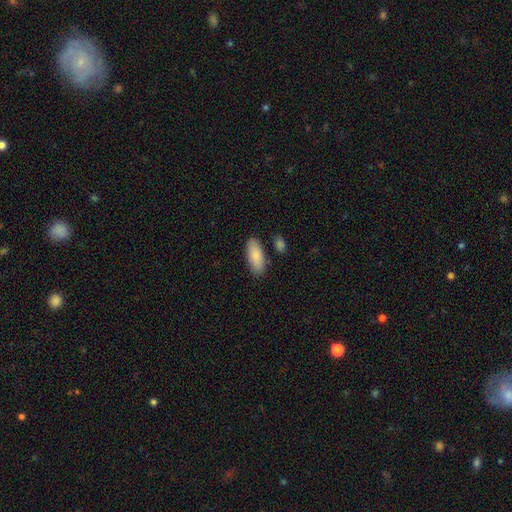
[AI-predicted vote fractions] A smooth galaxy with no disk features (85%) that is in between round and cigar-shaped (82%). Merging: none (81%).